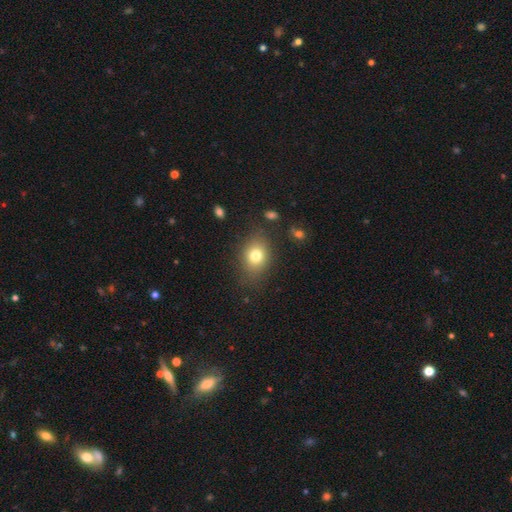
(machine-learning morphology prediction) Smooth or featured? Predicted: smooth (p=0.77). How rounded? Predicted: in between (p=0.58). Merging? Predicted: none (p=0.78).